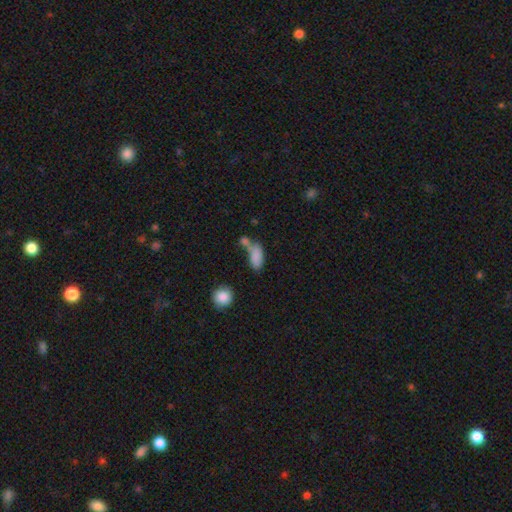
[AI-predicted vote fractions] This appears to be a smooth galaxy with no disk features (81%) that is in between round and cigar-shaped (85%). Merging: merger (40%).